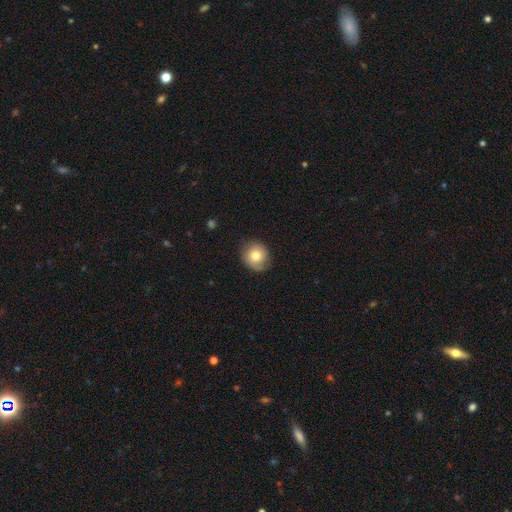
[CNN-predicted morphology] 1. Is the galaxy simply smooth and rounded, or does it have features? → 73% smooth, 18% featured or disk, 9% star or artifact.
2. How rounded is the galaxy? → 82% round, 17% in between, 1% cigar-shaped.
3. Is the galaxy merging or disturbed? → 77% none, 18% minor disturbance, 4% major disturbance, 1% merger.